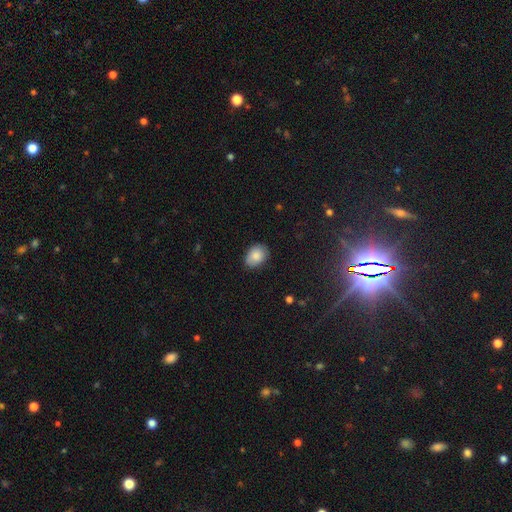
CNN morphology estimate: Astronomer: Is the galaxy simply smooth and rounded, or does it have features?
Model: smooth — 86%.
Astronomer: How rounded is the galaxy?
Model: in between — 73%.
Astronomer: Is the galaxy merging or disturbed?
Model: none — 79%.